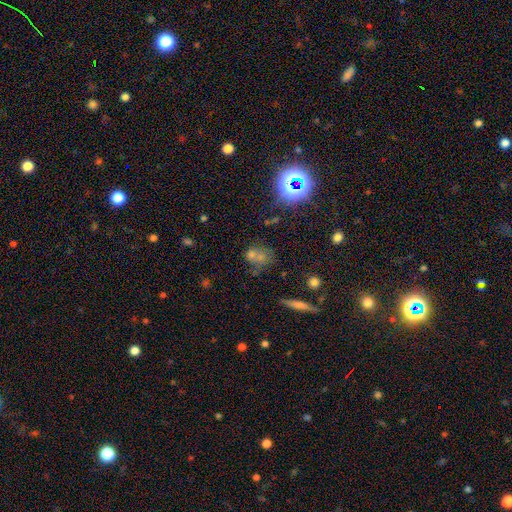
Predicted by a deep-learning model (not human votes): Smooth or featured?
  - smooth: 56% *
  - star or artifact: 27%
  - featured or disk: 17%
How rounded?
  - round: 51% *
  - in between: 46%
  - cigar-shaped: 3%
Merging?
  - none: 39% *
  - merger: 37%
  - minor disturbance: 14%
  - major disturbance: 10%